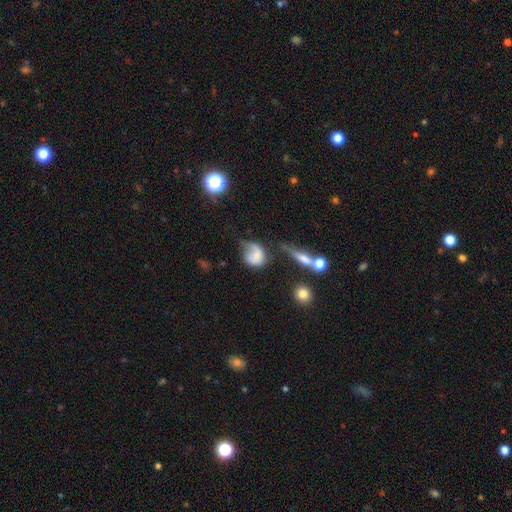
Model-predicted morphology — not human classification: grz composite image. It shows a smooth galaxy with no disk features (57%) that is round (59%). Merging: major disturbance (33%).